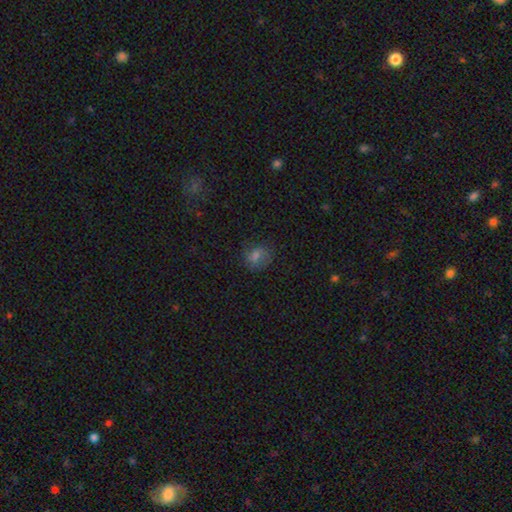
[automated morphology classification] Q: Smooth or featured?
A: smooth (64%); runner-up: star or artifact (19%)
Q: How rounded?
A: round (57%); runner-up: in between (41%)
Q: Merging?
A: none (72%); runner-up: minor disturbance (19%)